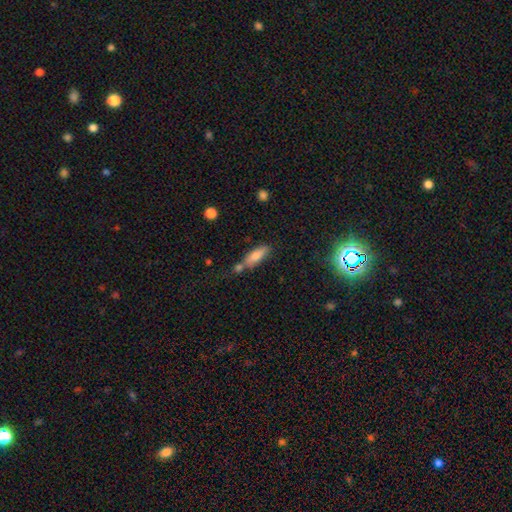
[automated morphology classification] The model was most divided on "how rounded": in between: 55%, cigar-shaped: 42%, round: 3%. More confident: smooth or featured — smooth (74%); merging — none (57%).